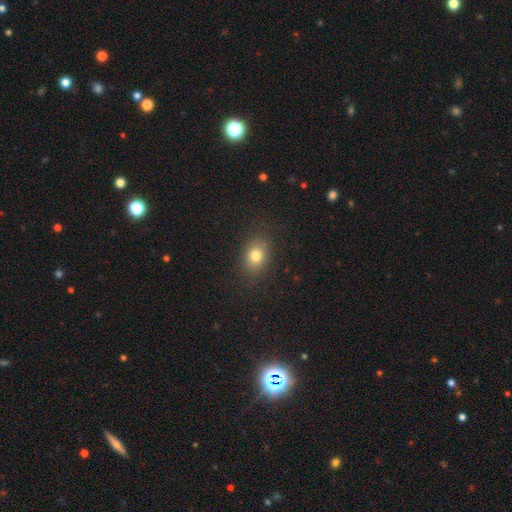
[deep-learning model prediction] Smooth or featured? smooth (78%)
How rounded? in between (60%)
Merging? none (83%)